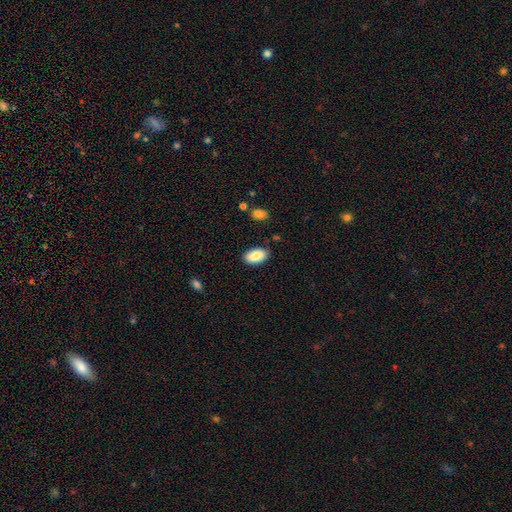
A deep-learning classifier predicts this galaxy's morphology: This appears to be a smooth galaxy with no disk features (86%) that is in between round and cigar-shaped (94%). Merging: none (85%).